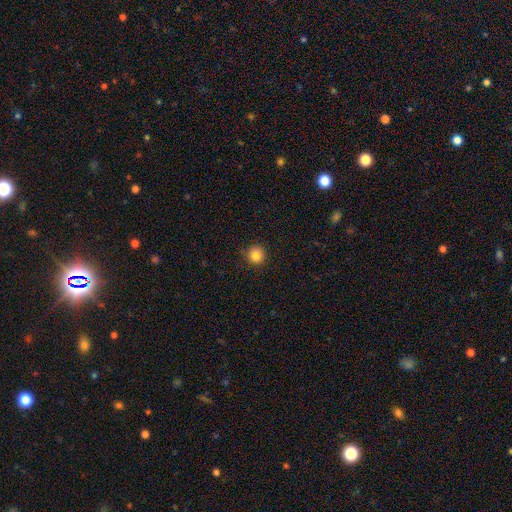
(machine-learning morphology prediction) The model was most divided on "smooth or featured": smooth: 85%, star or artifact: 11%, featured or disk: 4%. More confident: how rounded — round (94%); merging — none (88%).